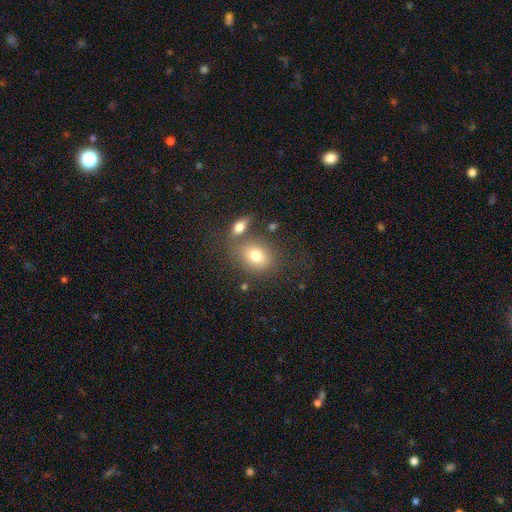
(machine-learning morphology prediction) Smooth or featured? smooth (76%)
How rounded? in between (52%)
Merging? none (60%)